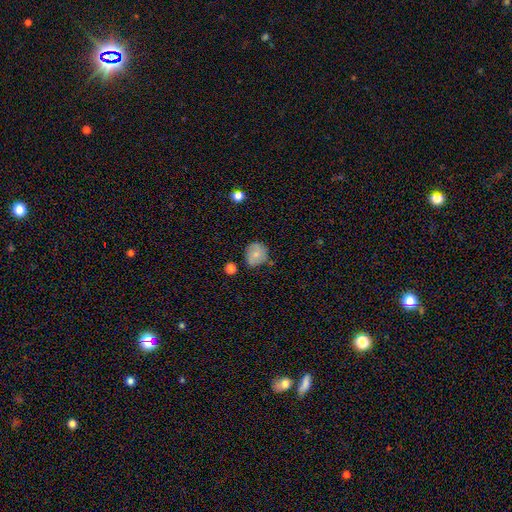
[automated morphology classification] The model was most divided on "merging": none: 62%, minor disturbance: 28%, major disturbance: 6%, merger: 4%. More confident: how rounded — round (74%); smooth or featured — smooth (71%).